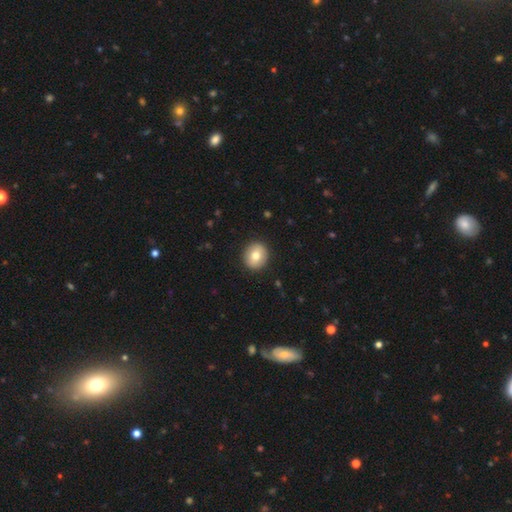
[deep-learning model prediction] Smooth or featured? smooth (77%)
How rounded? round (80%)
Merging? none (91%)